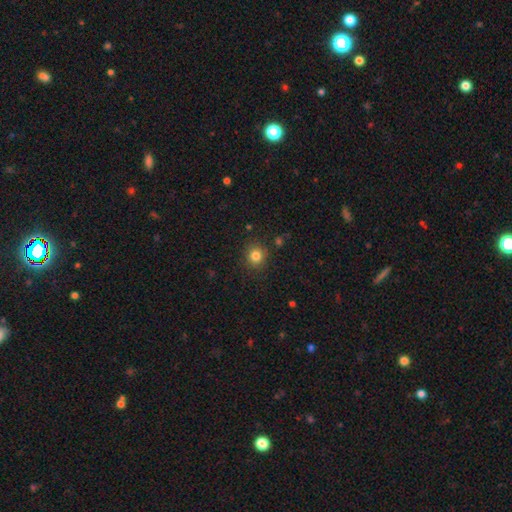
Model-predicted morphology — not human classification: Smooth or featured? smooth (81%)
How rounded? round (89%)
Merging? none (88%)